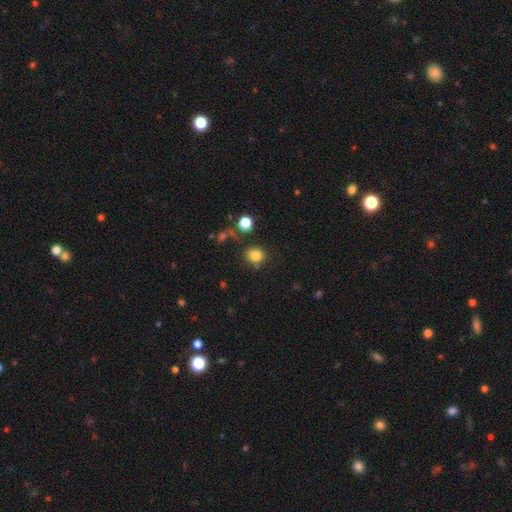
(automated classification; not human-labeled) Morphology: type=smooth (81%); roundness=round (80%); merging=none (77%).